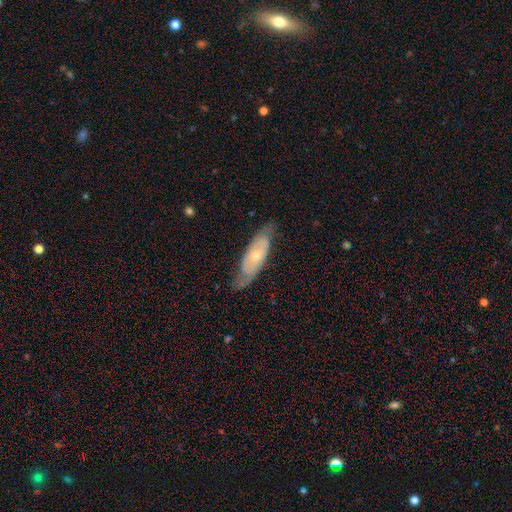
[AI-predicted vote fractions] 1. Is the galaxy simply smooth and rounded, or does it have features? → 60% featured or disk, 34% smooth, 6% star or artifact.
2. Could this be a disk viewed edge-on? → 75% no, 25% yes.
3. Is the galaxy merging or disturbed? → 72% none, 21% minor disturbance, 6% major disturbance, 1% merger.